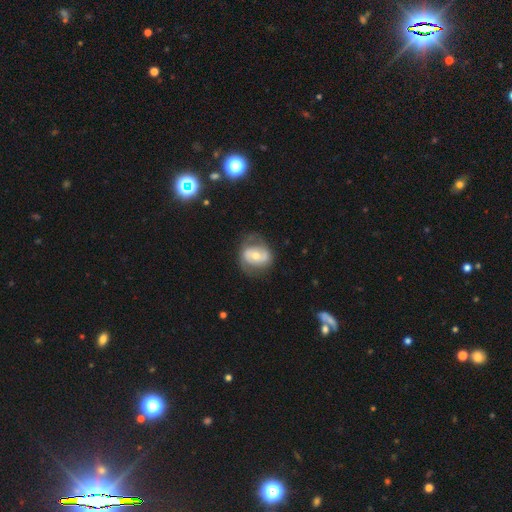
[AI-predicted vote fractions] featured or disk 60%, smooth 34%, star or artifact 6%. Down the decision tree: edge-on disk — no (96%); bar — no (44%); spiral arms — yes (67%); bulge size — moderate (62%); merging — none (63%).